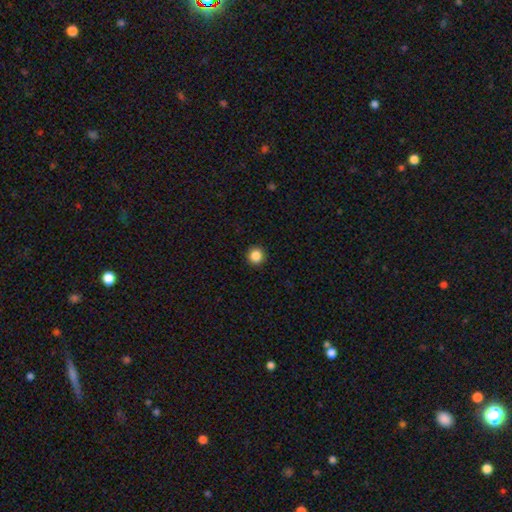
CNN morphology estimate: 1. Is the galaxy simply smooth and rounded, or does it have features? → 87% smooth, 10% star or artifact, 3% featured or disk.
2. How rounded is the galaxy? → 95% round, 4% in between, 1% cigar-shaped.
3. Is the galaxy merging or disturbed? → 93% none, 4% minor disturbance, 2% major disturbance, 1% merger.